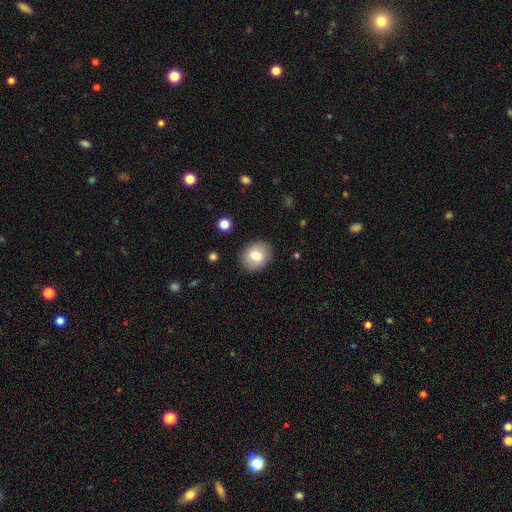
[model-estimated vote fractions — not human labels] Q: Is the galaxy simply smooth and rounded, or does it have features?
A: smooth — 77%.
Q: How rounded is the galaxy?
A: in between — 51%.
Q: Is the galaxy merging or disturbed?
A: none — 87%.